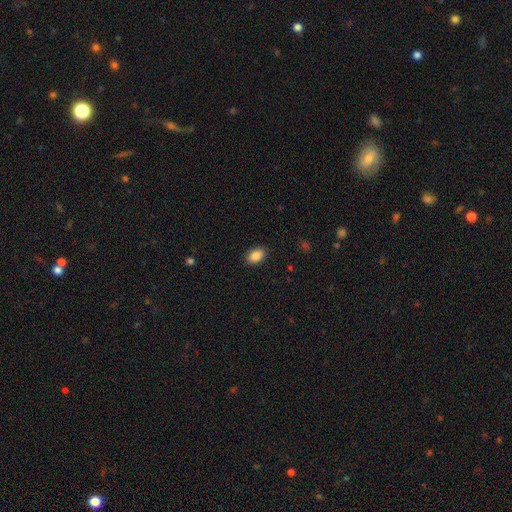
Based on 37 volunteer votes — Smooth or featured: smooth — 92% (featured or disk — 5%)
How rounded: in between — 79% (round — 21%)
Merging: none — 86% (minor disturbance — 8%)